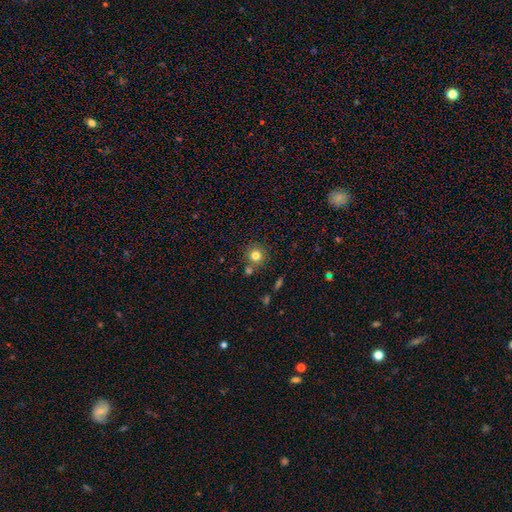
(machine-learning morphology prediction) A smooth galaxy with no disk features (79%) that is round (92%). Merging: none (75%).